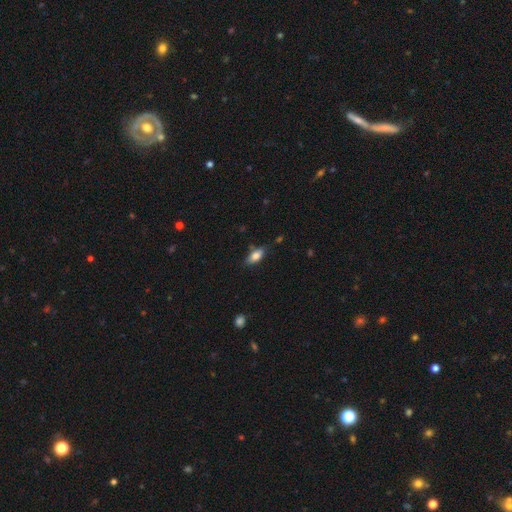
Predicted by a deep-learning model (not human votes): Smooth or featured?
  - smooth: 77% *
  - featured or disk: 15%
  - star or artifact: 8%
How rounded?
  - in between: 84% *
  - cigar-shaped: 12%
  - round: 4%
Merging?
  - none: 72% *
  - minor disturbance: 20%
  - major disturbance: 4%
  - merger: 4%